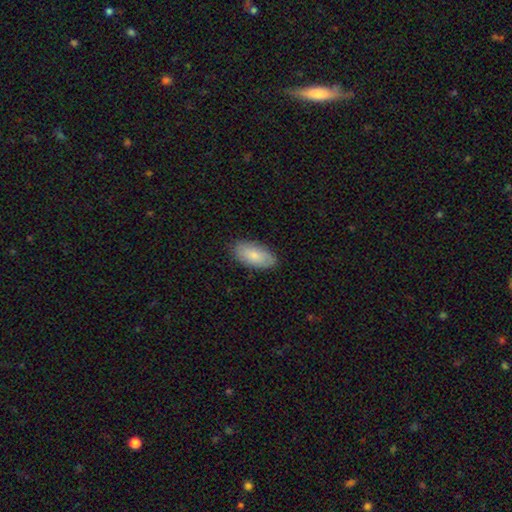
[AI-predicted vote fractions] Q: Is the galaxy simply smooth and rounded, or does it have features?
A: smooth — 80%.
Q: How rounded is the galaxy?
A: in between — 93%.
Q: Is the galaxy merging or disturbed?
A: none — 85%.